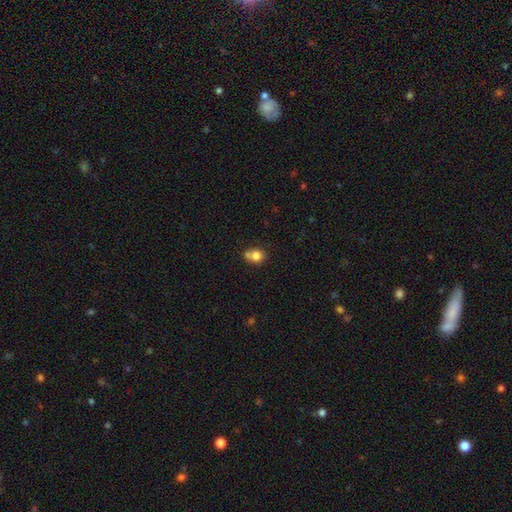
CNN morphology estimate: A smooth galaxy with no disk features (80%) that is round (66%). Merging: none (49%).